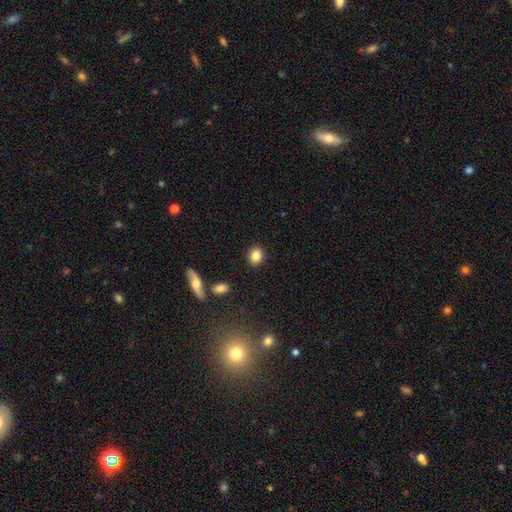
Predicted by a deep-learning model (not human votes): This is clearly a smooth galaxy (84%). How rounded: possibly round (59%). Merging: clearly none (89%).